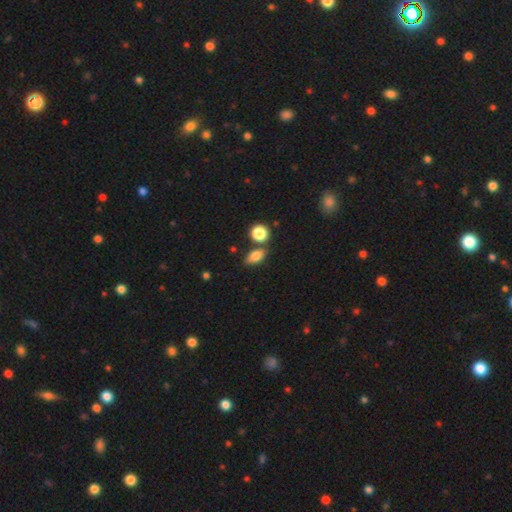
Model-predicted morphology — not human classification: smooth-or-featured: smooth: 79% | featured or disk: 11% | star or artifact: 11%
  how-rounded: in between: 76% | round: 17% | cigar-shaped: 7%
  merging: none: 70% | minor disturbance: 13% | merger: 13% | major disturbance: 4%